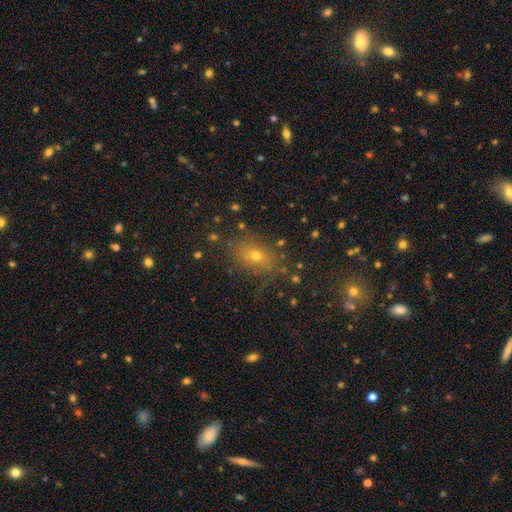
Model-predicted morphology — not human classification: A smooth galaxy with no disk features (61%) that is in between round and cigar-shaped (64%). Merging: none (79%).